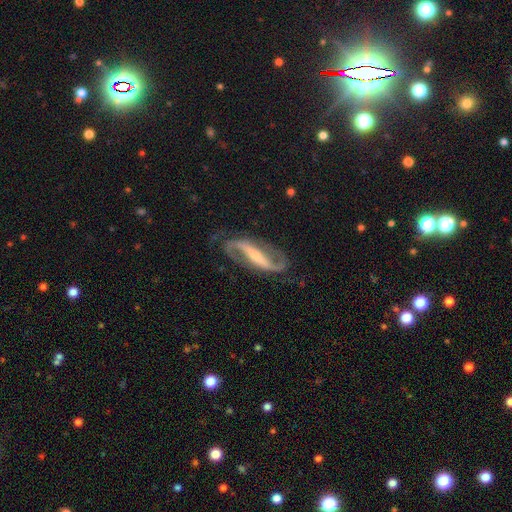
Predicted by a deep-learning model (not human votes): A featured or disk galaxy (91%) with a strong bar (68%), 2 (93%) medium (45%) spiral arms (97%) and a small central bulge (61%).

Vote fractions:
- Smooth or featured? featured or disk: 91% / smooth: 4% / star or artifact: 4%
- Edge-on disk? no: 93% / yes: 7%
- Bar? strong: 68% / weak: 21% / no: 11%
- Spiral arms? yes: 97% / no: 3%
- Spiral winding? medium: 45% / loose: 41% / tight: 15%
- Spiral arm count? 2: 93% / 1: 2% / can't tell: 2% / 3: 1% / 4: 1% / more than 4: 1%
- Bulge size? small: 61% / moderate: 30% / none: 5% / large: 3% / dominant: 1%
- Merging? none: 78% / minor disturbance: 14% / major disturbance: 7% / merger: 2%